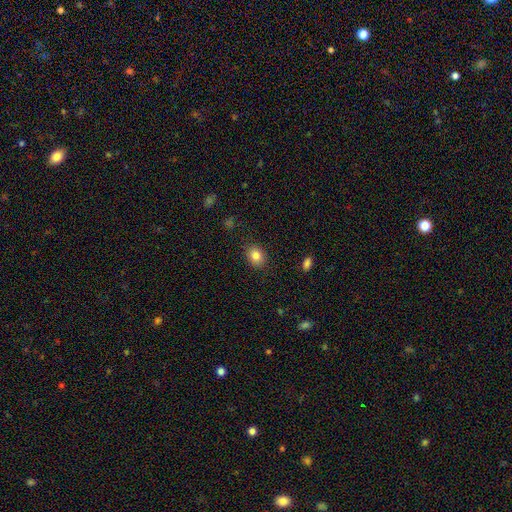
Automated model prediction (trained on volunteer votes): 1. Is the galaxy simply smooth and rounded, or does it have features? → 84% smooth, 9% star or artifact, 7% featured or disk.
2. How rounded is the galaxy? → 57% in between, 42% round, 1% cigar-shaped.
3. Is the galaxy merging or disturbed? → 87% none, 9% minor disturbance, 2% major disturbance, 1% merger.